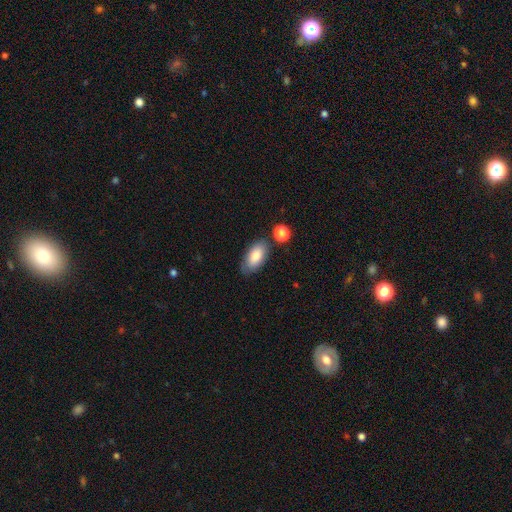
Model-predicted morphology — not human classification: Smooth or featured? smooth (81%)
How rounded? in between (92%)
Merging? none (74%)